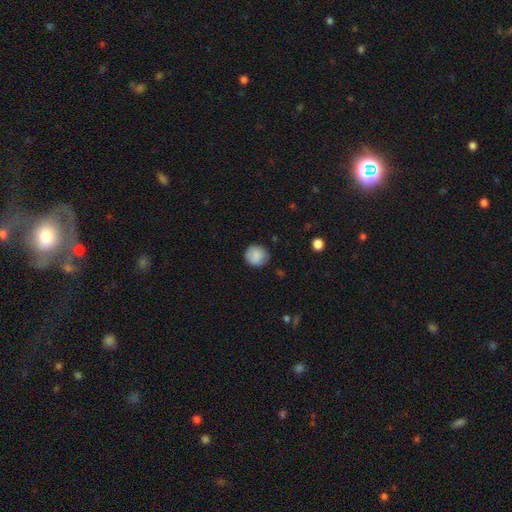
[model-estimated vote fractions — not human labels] Morphology: type=smooth (86%); roundness=round (90%); merging=none (84%).